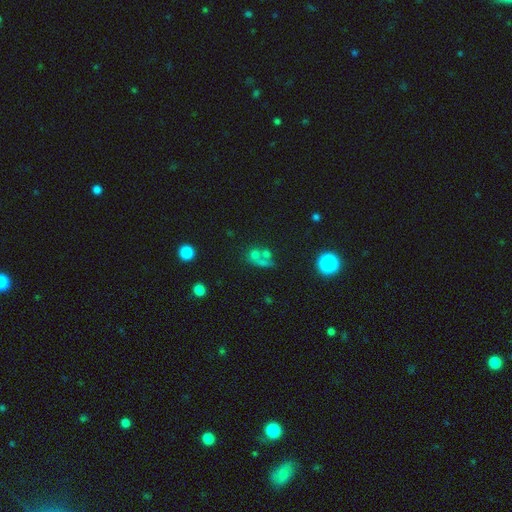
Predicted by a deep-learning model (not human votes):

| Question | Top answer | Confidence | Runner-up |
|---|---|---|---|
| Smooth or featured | smooth | 50% | star or artifact (28%) |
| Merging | merger | 48% | none (32%) |